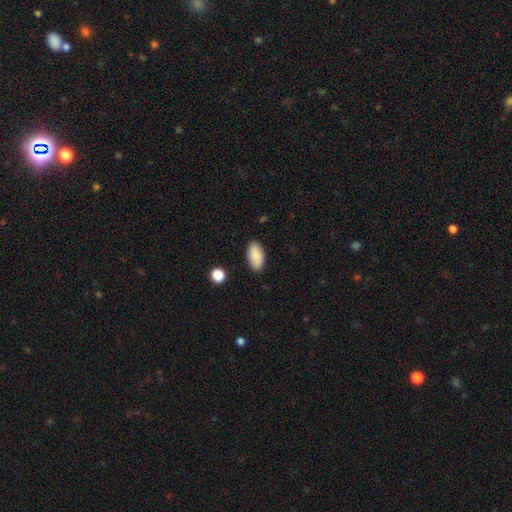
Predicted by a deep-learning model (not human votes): A smooth galaxy with no disk features (88%) that is in between round and cigar-shaped (94%).

Vote fractions:
- Smooth or featured? smooth: 88% / star or artifact: 7% / featured or disk: 5%
- How rounded? in between: 94% / cigar-shaped: 3% / round: 3%
- Merging? none: 86% / minor disturbance: 11% / major disturbance: 2% / merger: 2%